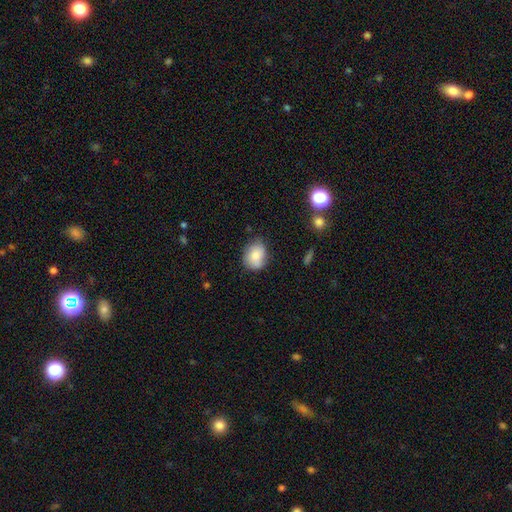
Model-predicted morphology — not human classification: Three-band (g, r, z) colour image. It shows a smooth galaxy with no disk features (82%) that is in between round and cigar-shaped (58%). Merging: none (68%).